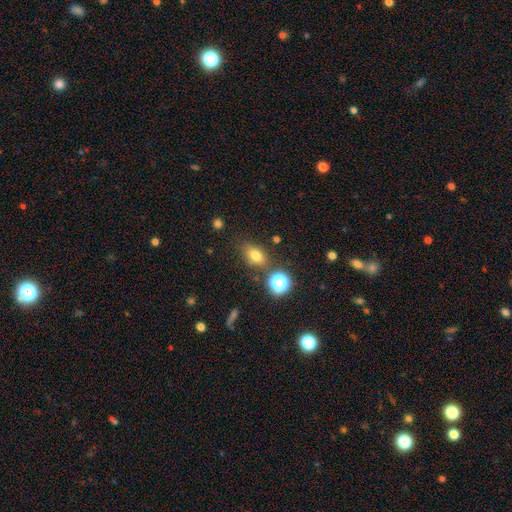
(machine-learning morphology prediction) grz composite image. It shows a smooth galaxy with no disk features (74%) that is in between round and cigar-shaped (75%). Merging: none (74%).